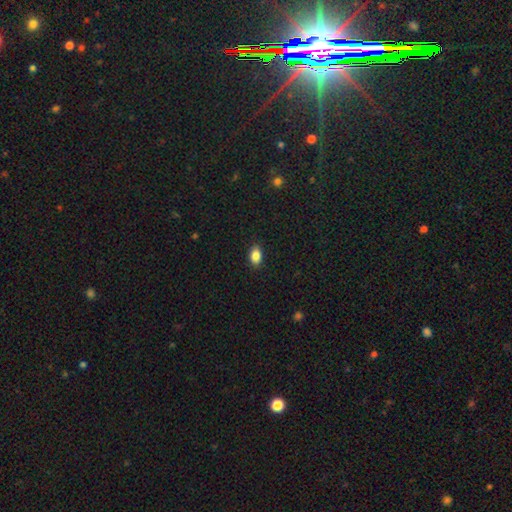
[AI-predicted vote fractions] Smooth or featured? smooth (86%)
How rounded? in between (86%)
Merging? none (89%)